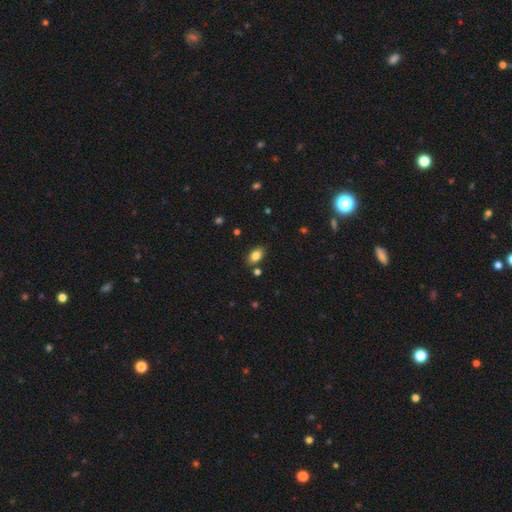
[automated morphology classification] type=smooth (83%); roundness=in between (88%); merging=none (82%).